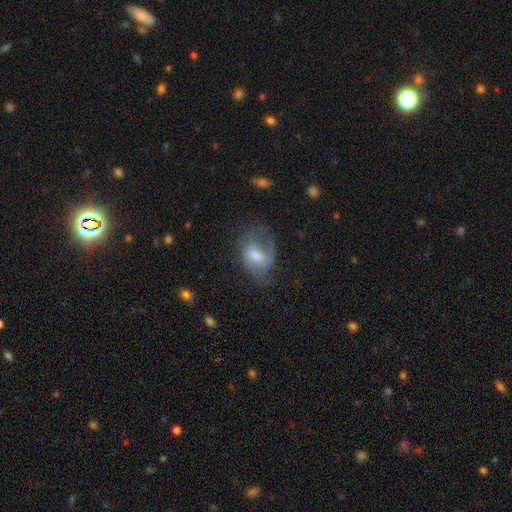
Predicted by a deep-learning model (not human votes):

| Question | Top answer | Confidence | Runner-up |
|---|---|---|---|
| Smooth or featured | featured or disk | 49% | smooth (42%) |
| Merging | none | 47% | minor disturbance (27%) |